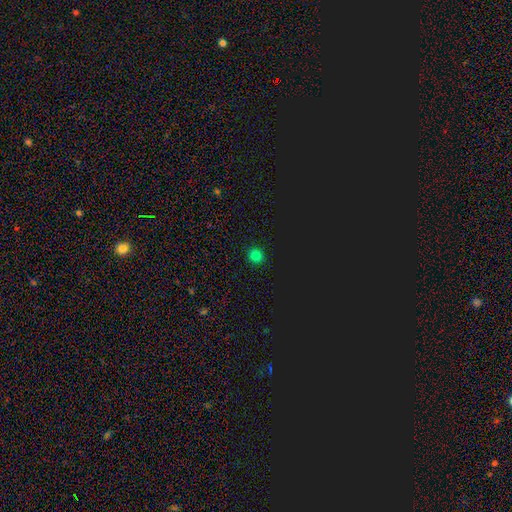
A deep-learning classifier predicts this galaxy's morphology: Smooth or featured? smooth (76%)
How rounded? round (90%)
Merging? none (92%)